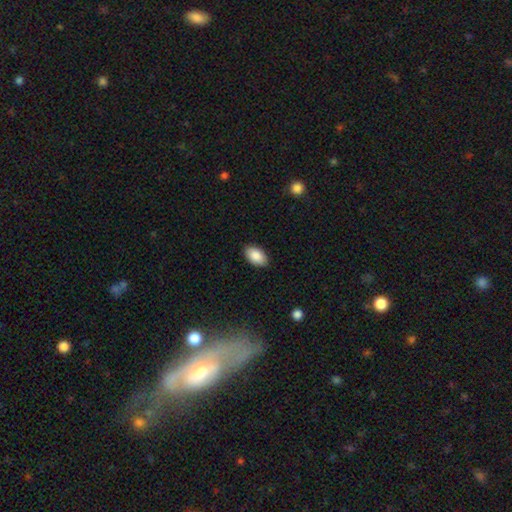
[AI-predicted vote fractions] A smooth galaxy with no disk features (89%) that is in between round and cigar-shaped (94%).

Vote fractions:
- Smooth or featured? smooth: 89% / star or artifact: 7% / featured or disk: 5%
- How rounded? in between: 94% / round: 5% / cigar-shaped: 1%
- Merging? none: 88% / minor disturbance: 9% / major disturbance: 2% / merger: 1%